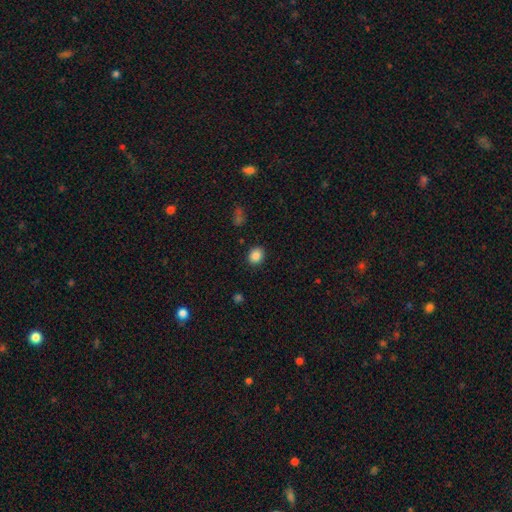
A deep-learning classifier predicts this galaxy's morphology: Smooth or featured?
  - smooth: 87% *
  - star or artifact: 10%
  - featured or disk: 4%
How rounded?
  - round: 56% *
  - in between: 43%
  - cigar-shaped: 1%
Merging?
  - none: 89% *
  - minor disturbance: 7%
  - major disturbance: 2%
  - merger: 1%